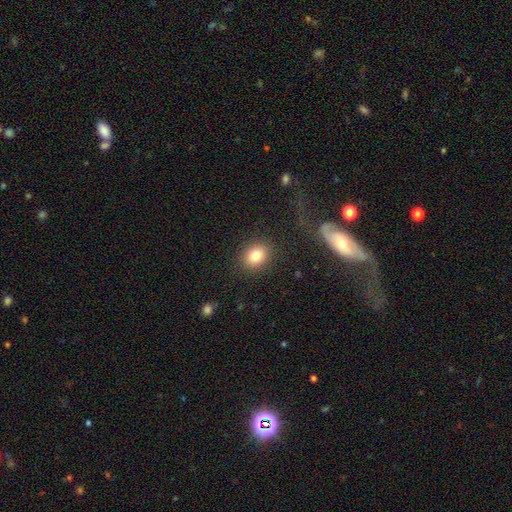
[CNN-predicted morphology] Overall: smooth (81%). How rounded: round (60%; in between 39%). Merging: none (88%).